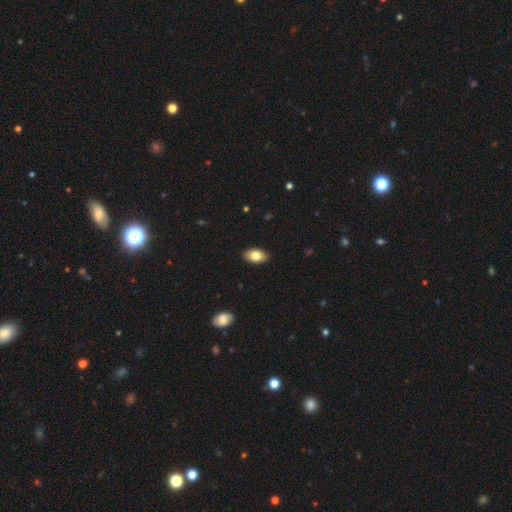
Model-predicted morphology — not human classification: A smooth galaxy with no disk features (81%) that is in between round and cigar-shaped (93%). Merging: none (90%).